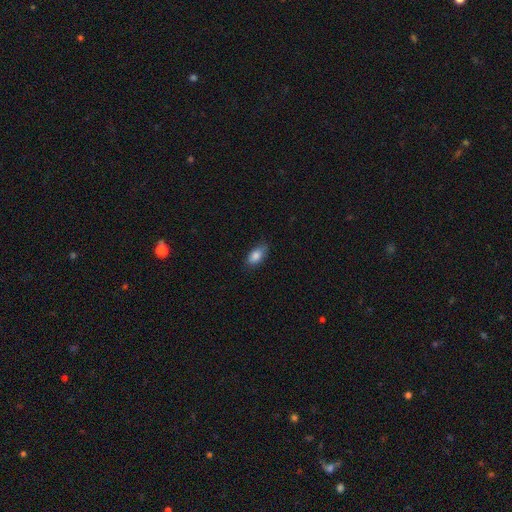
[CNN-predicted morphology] smooth-or-featured: smooth: 85% | featured or disk: 8% | star or artifact: 7%
  how-rounded: in between: 90% | cigar-shaped: 5% | round: 5%
  merging: none: 77% | minor disturbance: 19% | major disturbance: 4% | merger: 1%